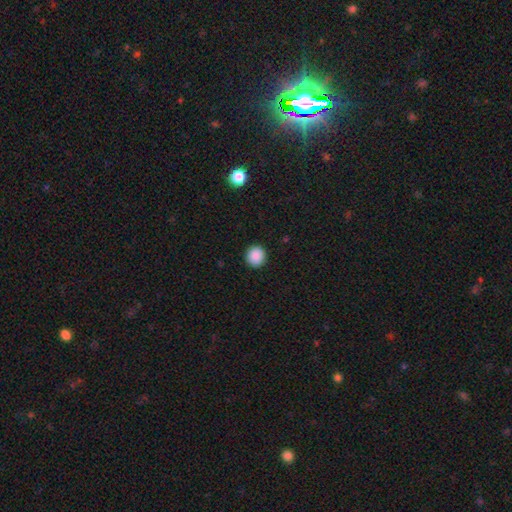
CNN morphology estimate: smooth 89%, star or artifact 8%, featured or disk 3%. Down the decision tree: how rounded — round (91%); merging — none (92%).